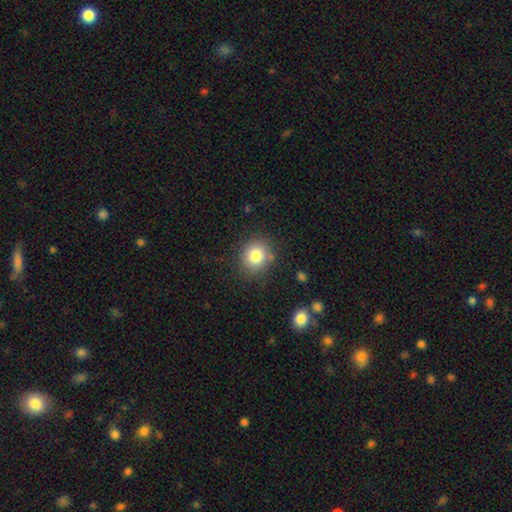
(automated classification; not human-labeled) smooth-or-featured: smooth: 81% | star or artifact: 11% | featured or disk: 8%
  how-rounded: round: 83% | in between: 16% | cigar-shaped: 1%
  merging: none: 83% | minor disturbance: 11% | major disturbance: 4% | merger: 3%